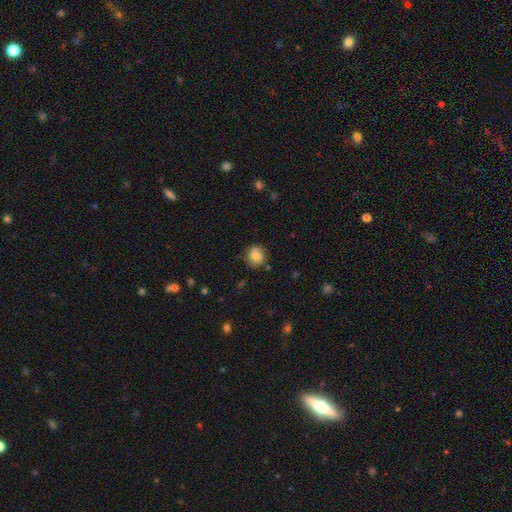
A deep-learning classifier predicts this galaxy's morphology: Smooth or featured? Predicted: smooth (p=0.80). How rounded? Predicted: round (p=0.79). Merging? Predicted: none (p=0.75).